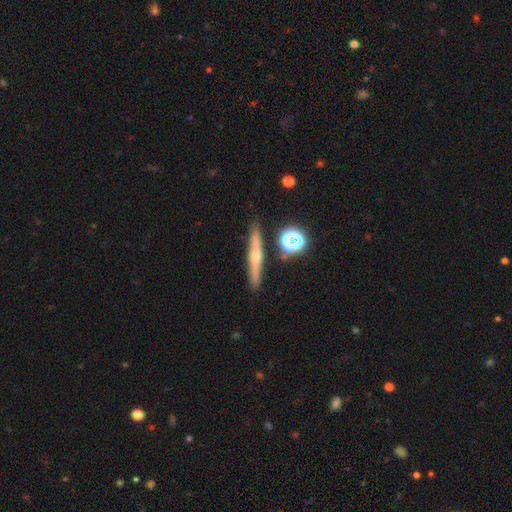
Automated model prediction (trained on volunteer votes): A featured or disk galaxy (57%) viewed edge-on (95%) with a rounded central bulge (82%). Merging: none (88%).